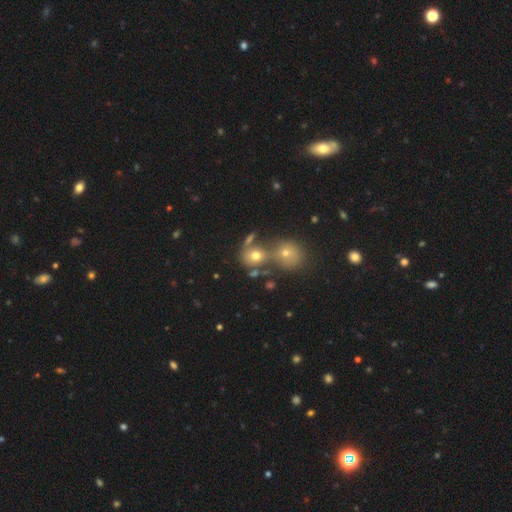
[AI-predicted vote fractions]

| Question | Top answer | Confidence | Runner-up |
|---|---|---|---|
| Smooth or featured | smooth | 67% | featured or disk (17%) |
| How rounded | round | 72% | in between (27%) |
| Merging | merger | 50% | none (36%) |